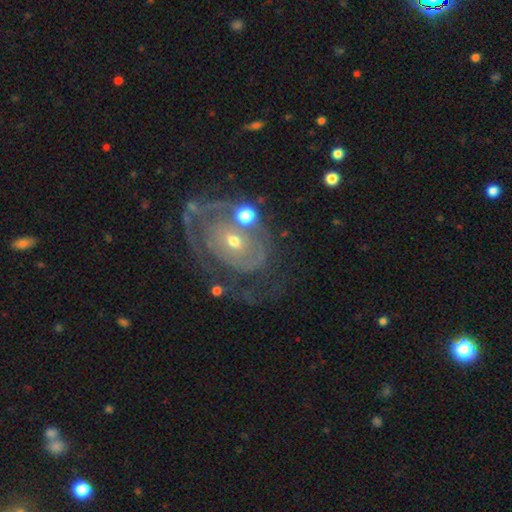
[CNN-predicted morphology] This appears to be a featured or disk galaxy (85%) with no bar (73%), 2 (43%) tight (67%) spiral arms (89%) and a small central bulge (66%). Merging: none (61%).